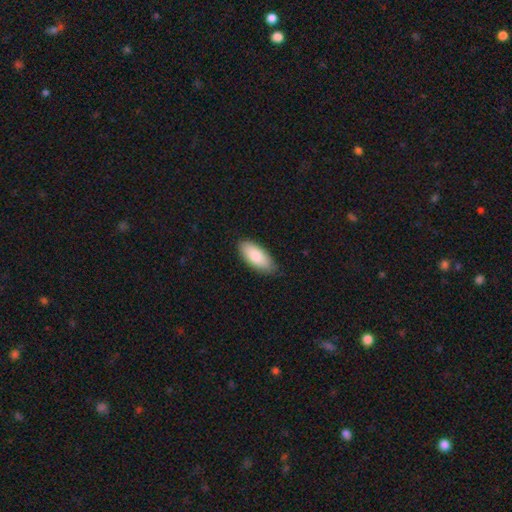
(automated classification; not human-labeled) Morphology: type=smooth (84%); roundness=in between (87%); merging=none (84%).